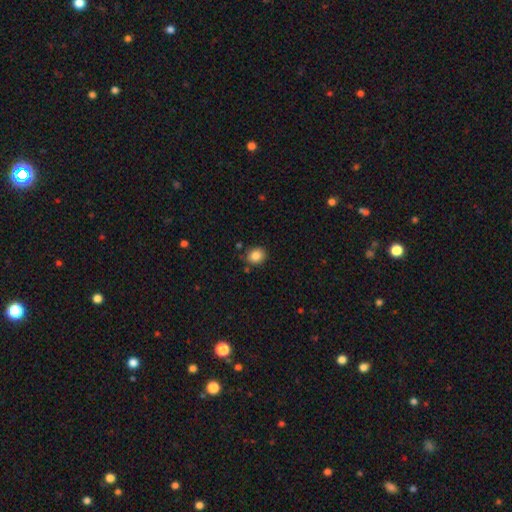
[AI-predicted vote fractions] Smooth or featured? smooth (85%)
How rounded? round (69%)
Merging? none (83%)